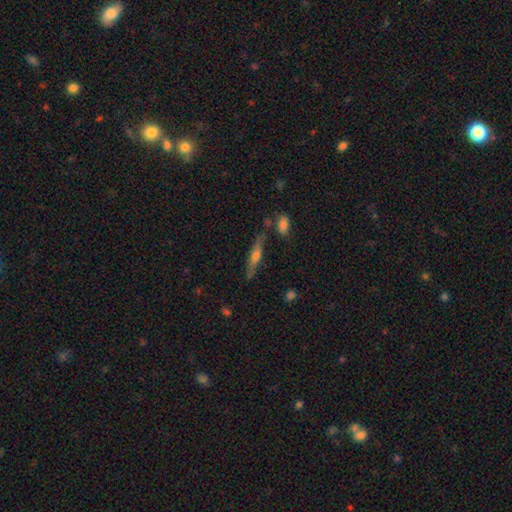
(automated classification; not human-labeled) This is possibly a featured or disk galaxy (60%). It is clearly viewed edge-on (93%). Edge-on bulge: clearly rounded (84%). Merging: likely none (79%).